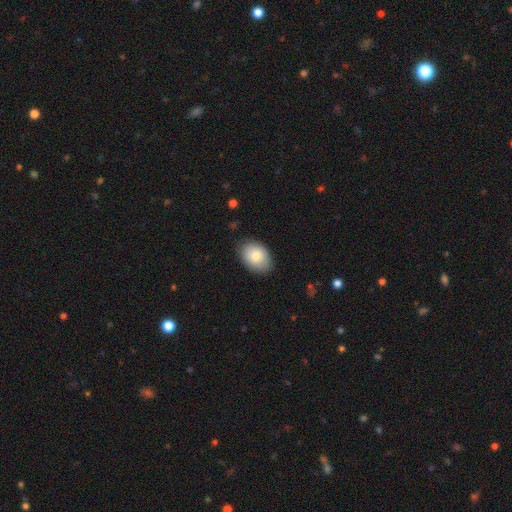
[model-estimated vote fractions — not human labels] Q: Smooth or featured?
A: smooth (82%); runner-up: featured or disk (12%)
Q: How rounded?
A: in between (83%); runner-up: round (16%)
Q: Merging?
A: none (83%); runner-up: minor disturbance (13%)